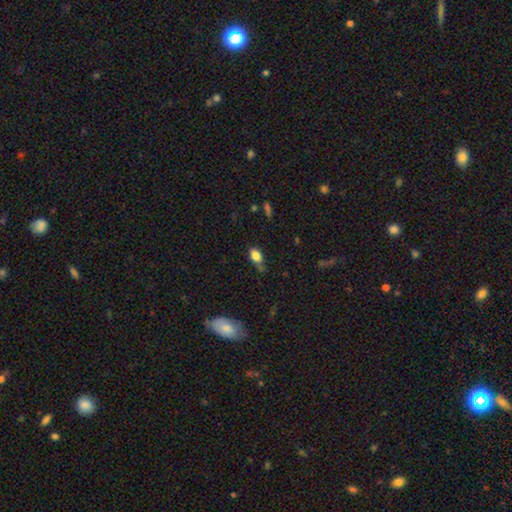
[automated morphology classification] smooth_or_featured: smooth (p=0.82) [alt: star or artifact p=0.10]
how_rounded: in between (p=0.84) [alt: round p=0.13]
merging: none (p=0.56) [alt: minor disturbance p=0.30]